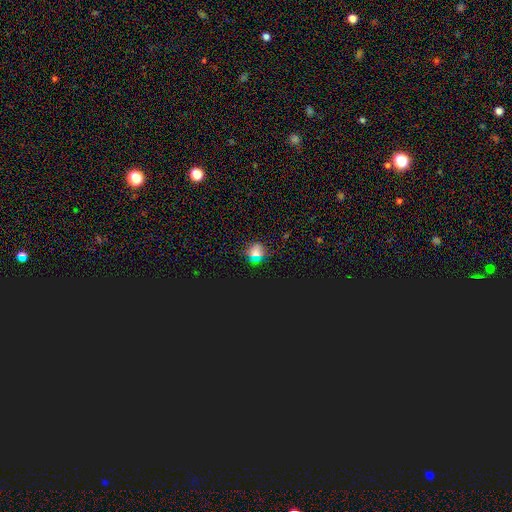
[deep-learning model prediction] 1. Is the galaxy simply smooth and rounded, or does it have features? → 47% smooth, 45% star or artifact, 8% featured or disk.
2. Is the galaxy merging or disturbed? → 80% none, 12% minor disturbance, 5% major disturbance, 3% merger.